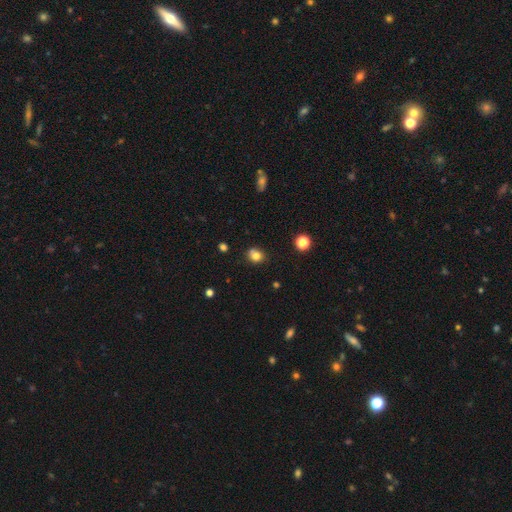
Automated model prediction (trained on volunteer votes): smooth-or-featured: smooth: 79% | star or artifact: 13% | featured or disk: 8%
  how-rounded: round: 70% | in between: 29% | cigar-shaped: 1%
  merging: none: 65% | minor disturbance: 17% | merger: 14% | major disturbance: 4%